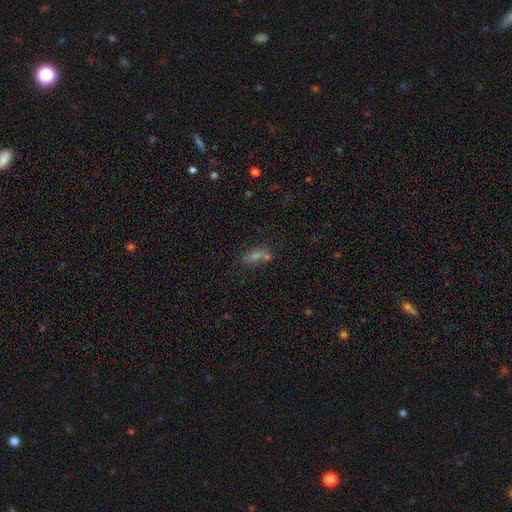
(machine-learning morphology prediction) A smooth galaxy with no disk features (57%) that is in between round and cigar-shaped (65%).

Vote fractions:
- Smooth or featured? smooth: 57% / star or artifact: 28% / featured or disk: 14%
- How rounded? in between: 65% / cigar-shaped: 20% / round: 15%
- Merging? none: 54% / merger: 27% / minor disturbance: 13% / major disturbance: 7%